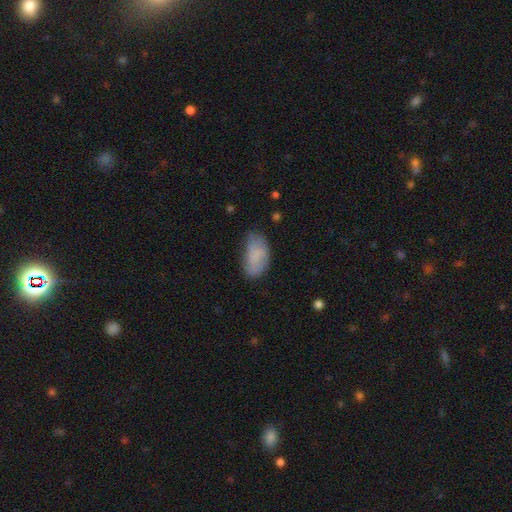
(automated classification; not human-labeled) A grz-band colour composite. It shows a smooth galaxy with no disk features (79%) that is in between round and cigar-shaped (94%). Merging: none (53%).